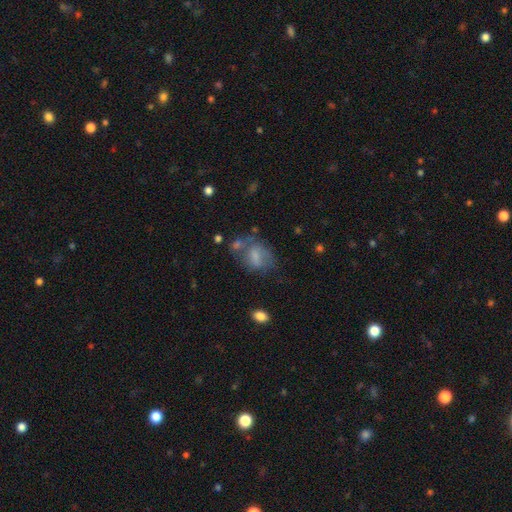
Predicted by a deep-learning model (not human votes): This is likely a smooth galaxy (61%). How rounded: likely in between (72%). Merging: marginally none (40%).